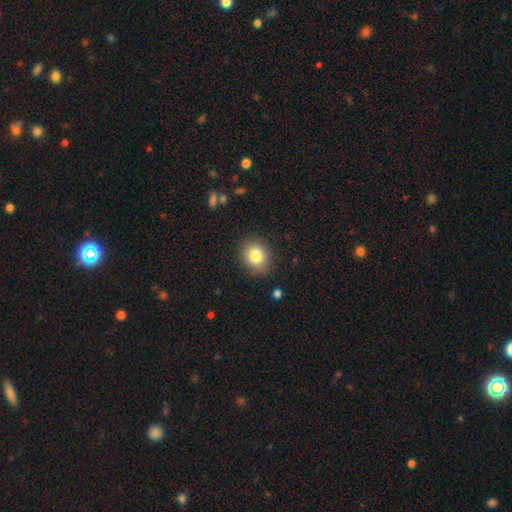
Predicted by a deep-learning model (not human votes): smooth 82%, star or artifact 10%, featured or disk 8%. Down the decision tree: how rounded — round (70%); merging — none (86%).